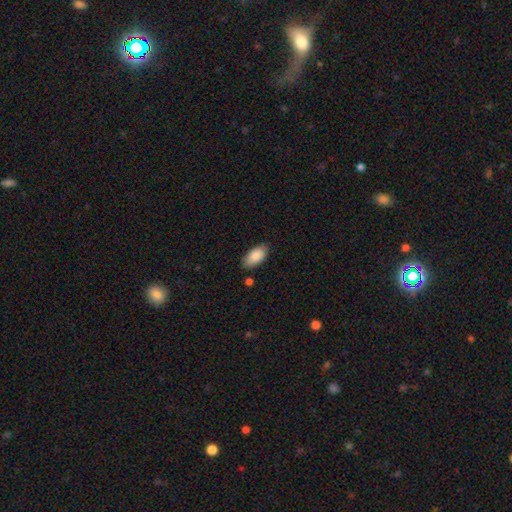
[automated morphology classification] smooth-or-featured: smooth: 87% | featured or disk: 7% | star or artifact: 6%
  how-rounded: in between: 93% | cigar-shaped: 5% | round: 2%
  merging: none: 81% | minor disturbance: 14% | major disturbance: 3% | merger: 2%